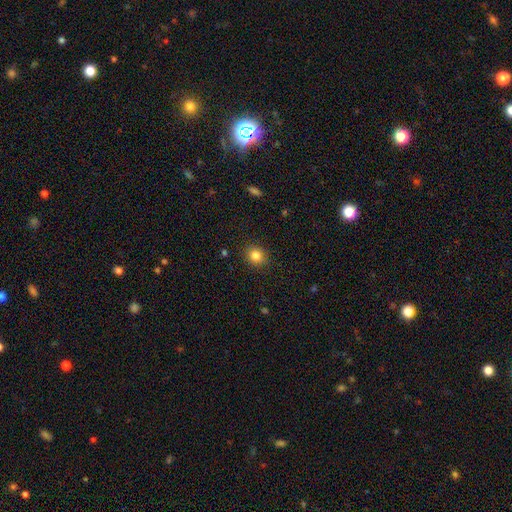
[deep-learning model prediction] A smooth galaxy with no disk features (84%) that is round (74%).

Vote fractions:
- Smooth or featured? smooth: 84% / star or artifact: 11% / featured or disk: 5%
- How rounded? round: 74% / in between: 25% / cigar-shaped: 1%
- Merging? none: 89% / minor disturbance: 7% / major disturbance: 2% / merger: 1%